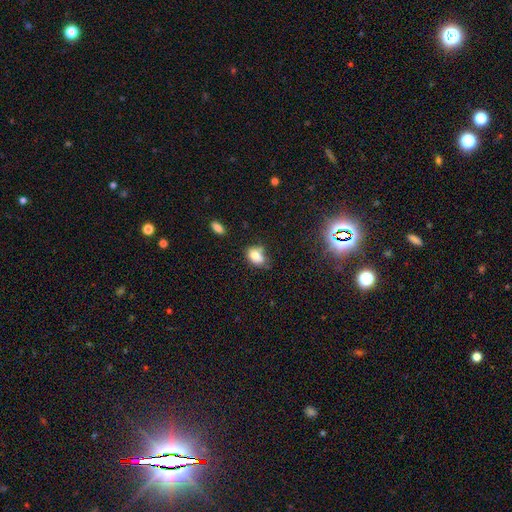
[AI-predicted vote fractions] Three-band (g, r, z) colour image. It shows a smooth galaxy with no disk features (80%) that is in between round and cigar-shaped (84%). Merging: none (46%).